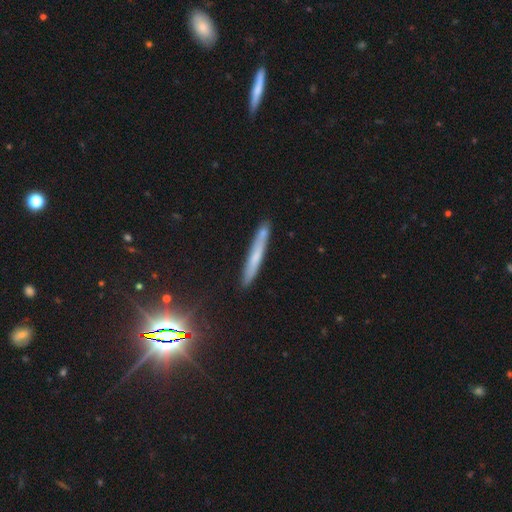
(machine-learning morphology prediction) smooth_or_featured: smooth (p=0.48) [alt: featured or disk p=0.38]
merging: none (p=0.85) [alt: minor disturbance p=0.11]